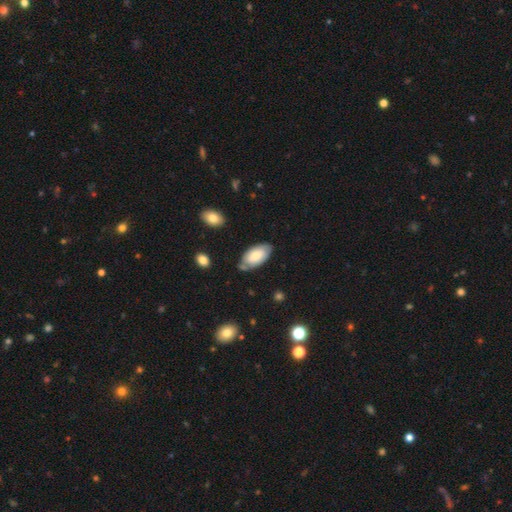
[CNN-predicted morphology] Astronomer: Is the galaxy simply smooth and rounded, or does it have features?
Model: smooth — 67%.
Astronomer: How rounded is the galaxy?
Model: in between — 95%.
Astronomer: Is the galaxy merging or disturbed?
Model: none — 66%.